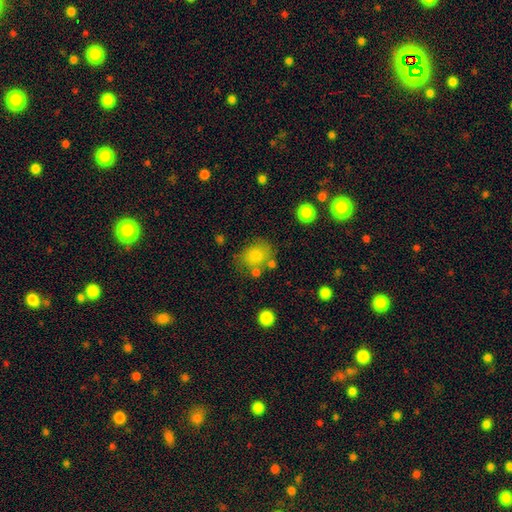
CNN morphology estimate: smooth 80%, star or artifact 10%, featured or disk 10%. Down the decision tree: how rounded — round (62%); merging — none (62%).